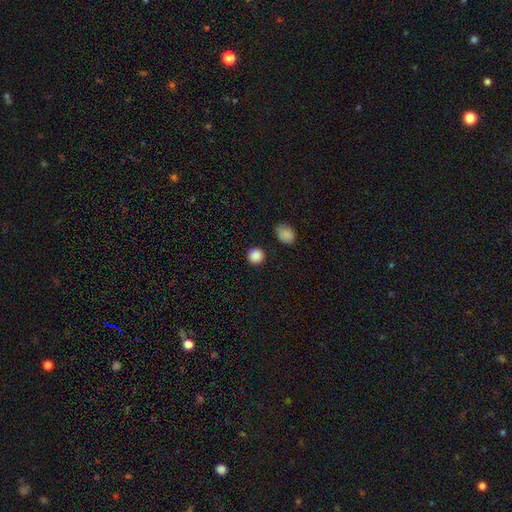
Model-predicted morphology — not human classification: Smooth or featured? Predicted: smooth (p=0.87). How rounded? Predicted: round (p=0.92). Merging? Predicted: none (p=0.88).